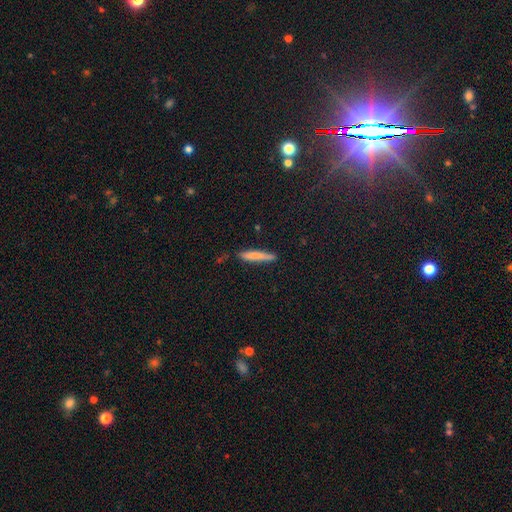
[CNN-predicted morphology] smooth-or-featured: smooth: 76% | featured or disk: 18% | star or artifact: 6%
  how-rounded: cigar-shaped: 93% | in between: 6% | round: 1%
  merging: none: 80% | minor disturbance: 15% | major disturbance: 3% | merger: 2%